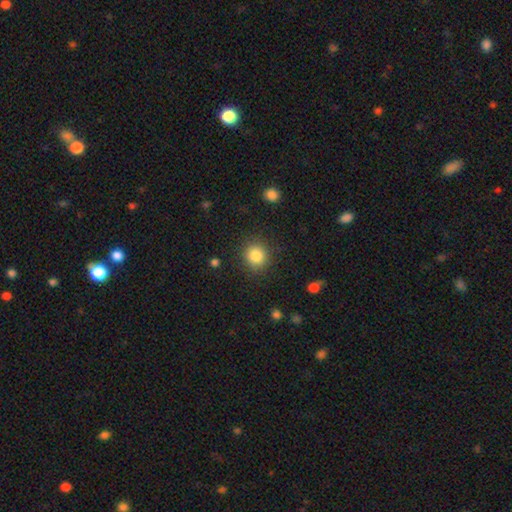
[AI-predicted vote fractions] Q: Smooth or featured?
A: smooth (84%); runner-up: star or artifact (10%)
Q: How rounded?
A: round (87%); runner-up: in between (12%)
Q: Merging?
A: none (87%); runner-up: minor disturbance (8%)